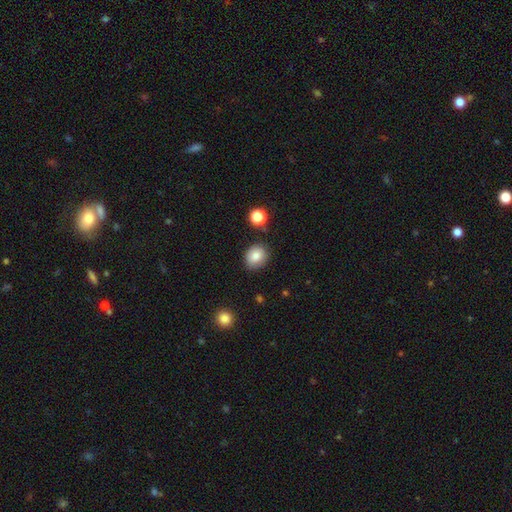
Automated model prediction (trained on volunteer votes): A smooth galaxy with no disk features (83%) that is round (59%). Merging: none (82%).